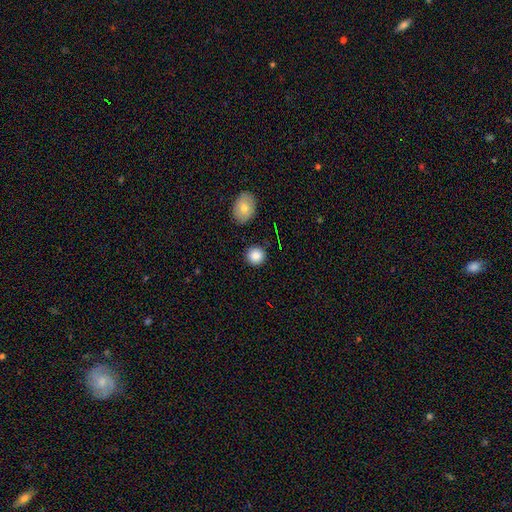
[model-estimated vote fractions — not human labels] This appears to be a smooth galaxy with no disk features (86%) that is round (90%). Merging: none (88%).